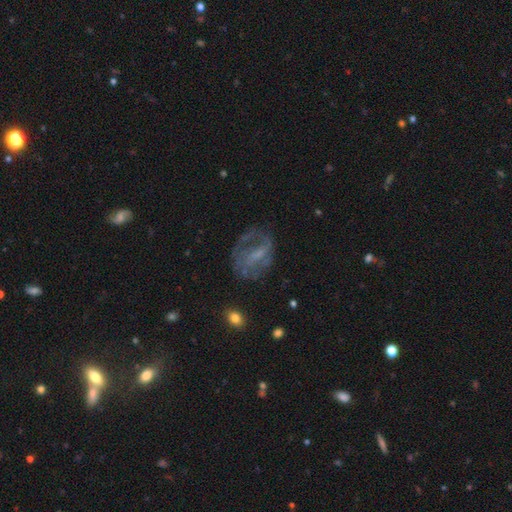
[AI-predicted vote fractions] Smooth or featured: featured or disk — 64% (smooth — 24%)
Edge-on disk: no — 95% (yes — 5%)
Bar: weak — 43% (no — 32%)
Spiral arms: yes — 63% (no — 37%)
Bulge size: none — 41% (small — 33%)
Merging: none — 54% (major disturbance — 23%)